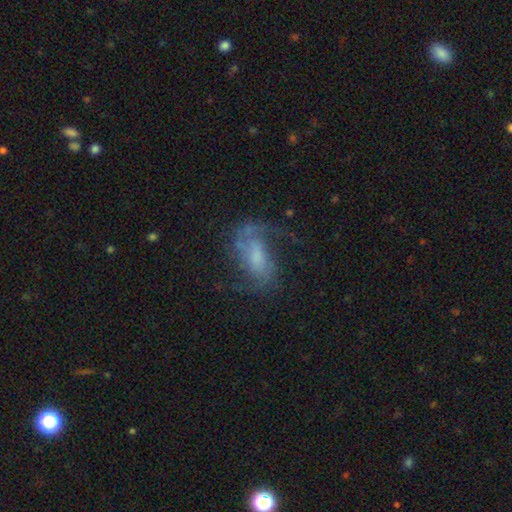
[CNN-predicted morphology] Smooth or featured: featured or disk — 78% (smooth — 14%)
Edge-on disk: no — 96% (yes — 4%)
Bar: weak — 46% (no — 37%)
Spiral arms: yes — 92% (no — 8%)
Spiral winding: medium — 44% (loose — 42%)
Spiral arm count: 2 — 80% (can't tell — 7%)
Bulge size: small — 34% (moderate — 31%)
Merging: none — 58% (major disturbance — 21%)